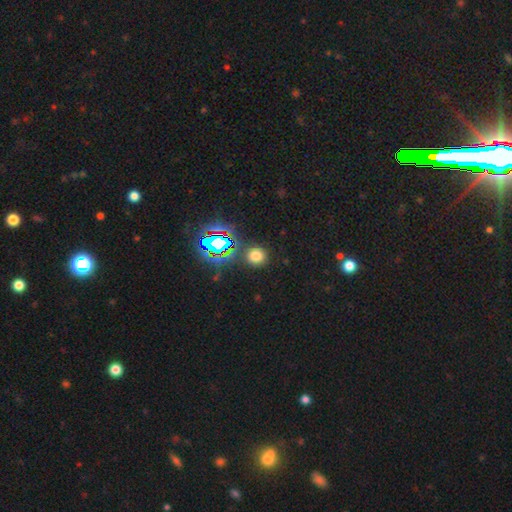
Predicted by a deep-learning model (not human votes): smooth 68%, star or artifact 27%, featured or disk 6%. Down the decision tree: how rounded — round (88%); merging — none (85%).